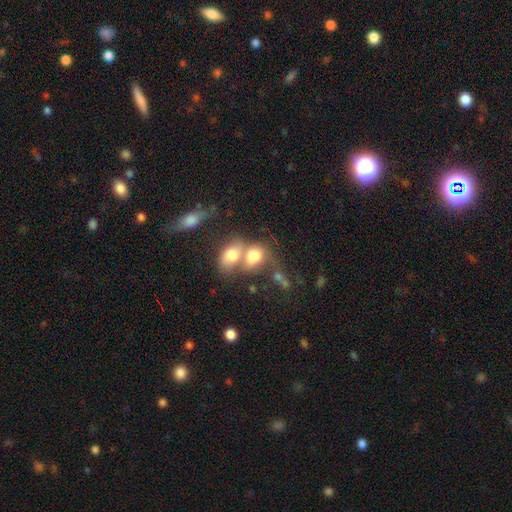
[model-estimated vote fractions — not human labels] smooth_or_featured: smooth (p=0.71) [alt: featured or disk p=0.19]
how_rounded: in between (p=0.64) [alt: round p=0.34]
merging: merger (p=0.69) [alt: none p=0.16]